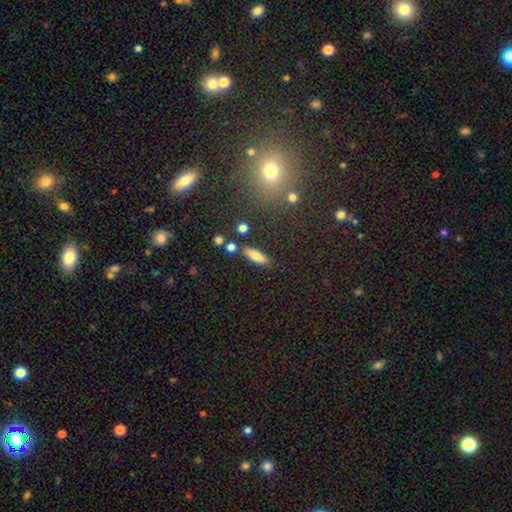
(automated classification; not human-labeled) A smooth galaxy with no disk features (79%) that is in between round and cigar-shaped (49%).

Vote fractions:
- Smooth or featured? smooth: 79% / featured or disk: 13% / star or artifact: 8%
- How rounded? in between: 49% / cigar-shaped: 48% / round: 3%
- Merging? none: 82% / minor disturbance: 11% / merger: 4% / major disturbance: 3%